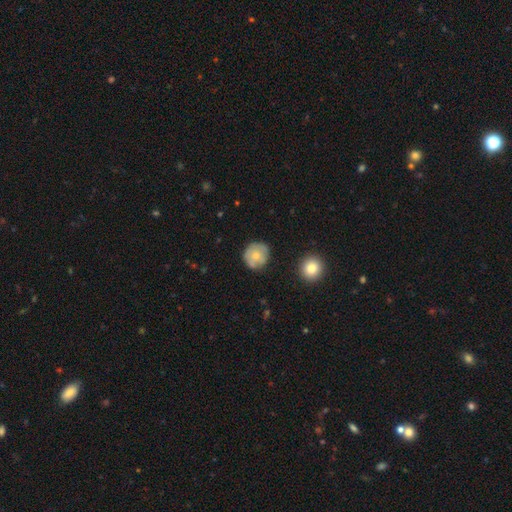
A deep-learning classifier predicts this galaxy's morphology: smooth-or-featured: smooth: 62% | featured or disk: 31% | star or artifact: 8%
  how-rounded: round: 90% | in between: 9% | cigar-shaped: 1%
  merging: none: 71% | minor disturbance: 21% | major disturbance: 5% | merger: 3%